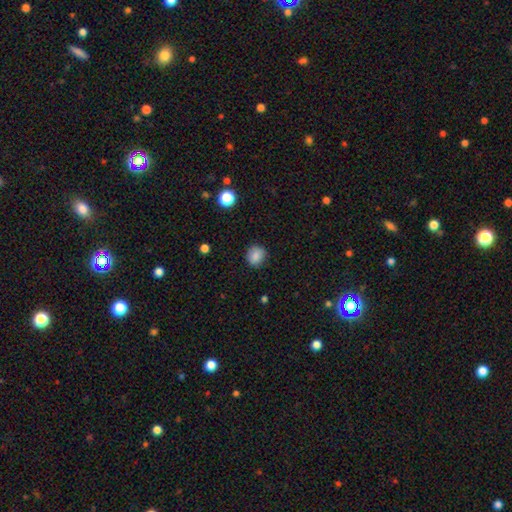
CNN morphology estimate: A smooth galaxy with no disk features (86%) that is round (81%). Merging: none (84%).